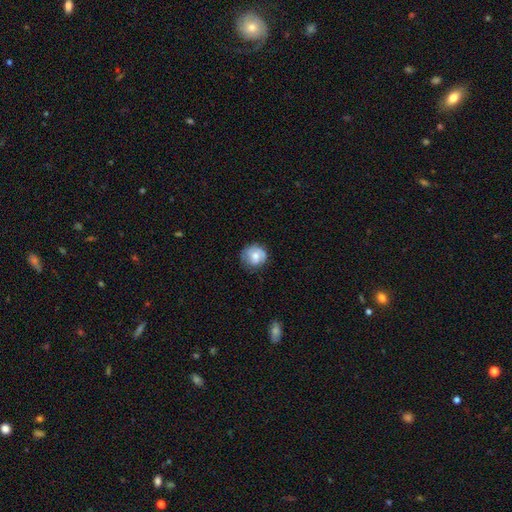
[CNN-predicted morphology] smooth-or-featured: smooth: 61% | featured or disk: 32% | star or artifact: 8%
  how-rounded: round: 86% | in between: 13% | cigar-shaped: 1%
  merging: none: 68% | minor disturbance: 24% | major disturbance: 7% | merger: 1%